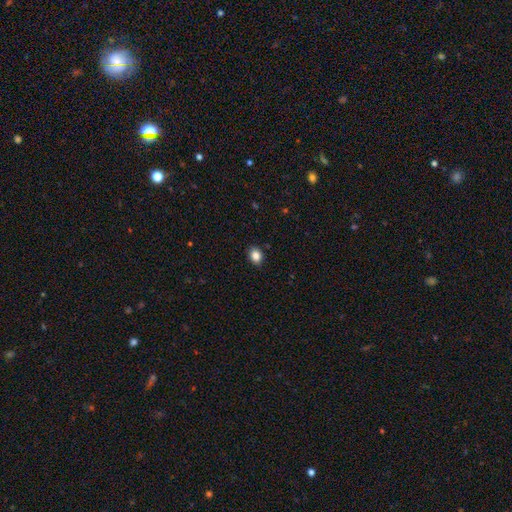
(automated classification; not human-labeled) Smooth or featured? smooth (86%)
How rounded? in between (59%)
Merging? none (89%)